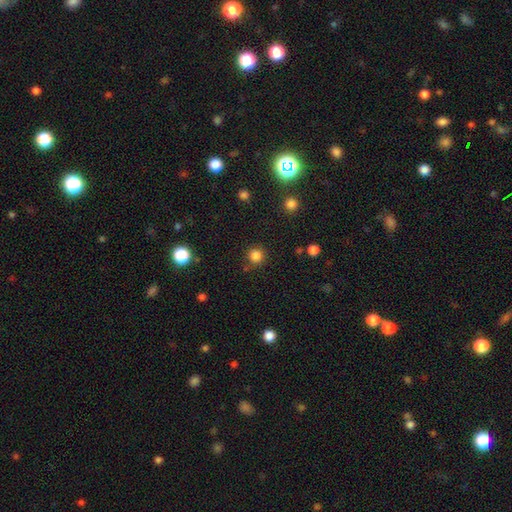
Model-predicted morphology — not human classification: Smooth or featured: smooth — 82% (star or artifact — 14%)
How rounded: round — 94% (in between — 5%)
Merging: none — 85% (minor disturbance — 8%)